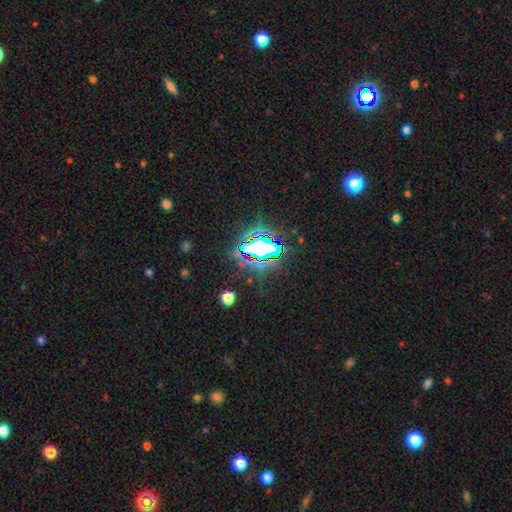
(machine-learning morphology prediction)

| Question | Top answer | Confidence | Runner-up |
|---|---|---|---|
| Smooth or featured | star or artifact | 73% | smooth (16%) |